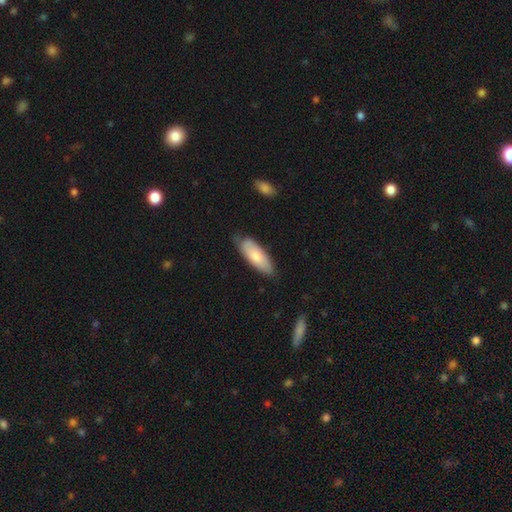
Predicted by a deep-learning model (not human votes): Smooth or featured: smooth — 75% (featured or disk — 20%)
How rounded: in between — 72% (cigar-shaped — 26%)
Merging: none — 71% (minor disturbance — 24%)